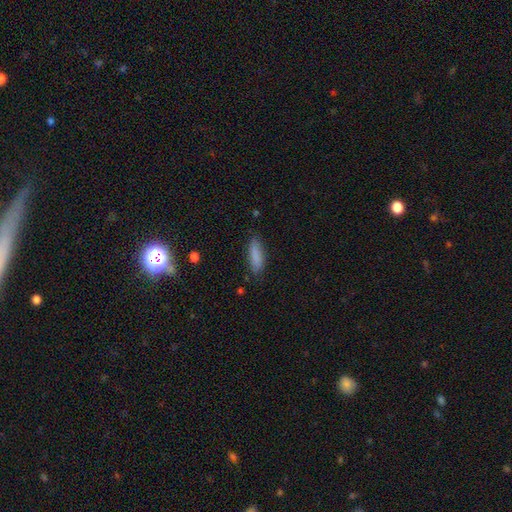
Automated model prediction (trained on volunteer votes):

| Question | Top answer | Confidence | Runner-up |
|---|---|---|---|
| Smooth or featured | smooth | 86% | star or artifact (7%) |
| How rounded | in between | 55% | cigar-shaped (44%) |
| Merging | none | 82% | minor disturbance (14%) |